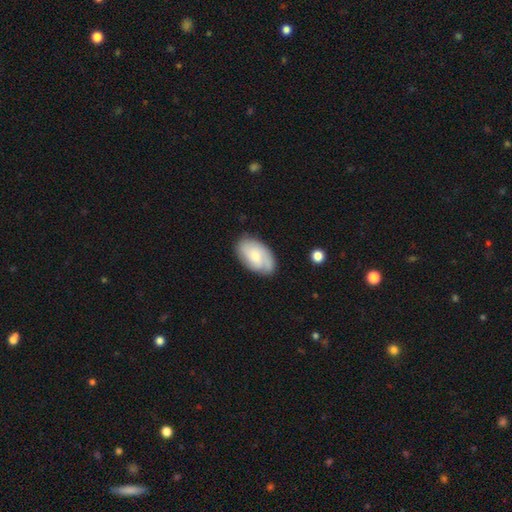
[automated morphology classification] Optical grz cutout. It shows a smooth galaxy with no disk features (54%) that is in between round and cigar-shaped (93%). Merging: none (76%).